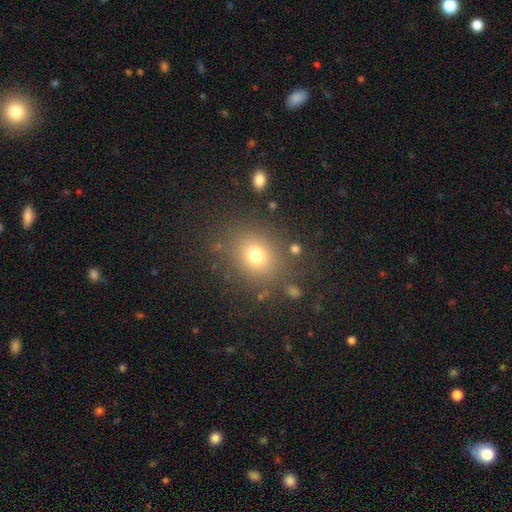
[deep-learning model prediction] A smooth galaxy with no disk features (74%) that is round (70%). Merging: none (81%).